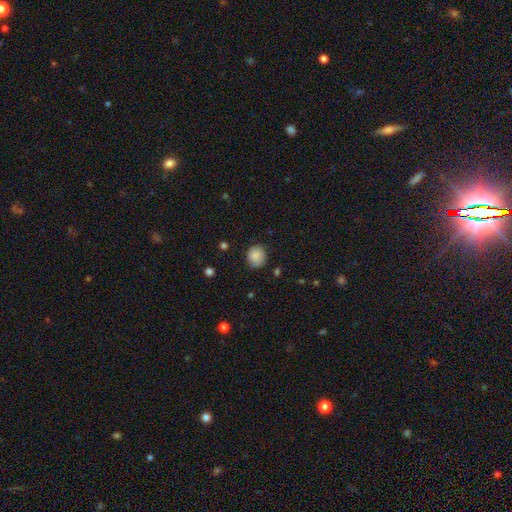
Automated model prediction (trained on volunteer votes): smooth-or-featured: smooth: 84% | star or artifact: 8% | featured or disk: 8%
  how-rounded: round: 83% | in between: 16% | cigar-shaped: 1%
  merging: none: 77% | minor disturbance: 17% | major disturbance: 4% | merger: 1%